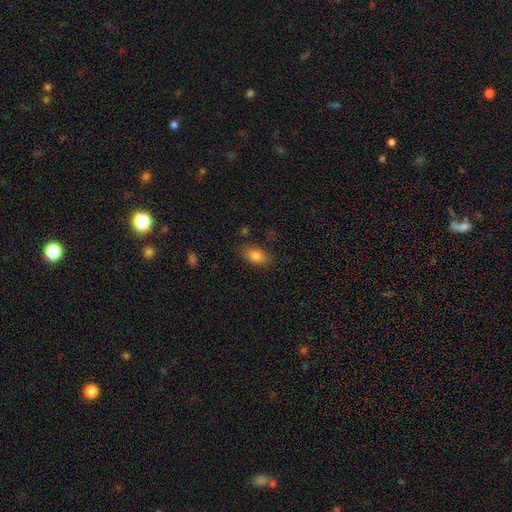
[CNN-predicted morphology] This appears to be a smooth galaxy with no disk features (84%) that is in between round and cigar-shaped (88%). Merging: none (81%).